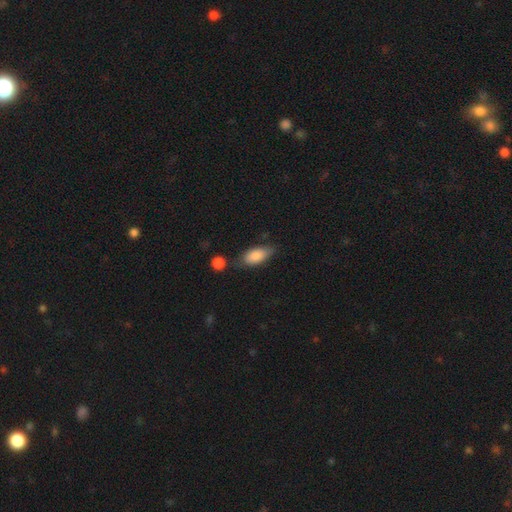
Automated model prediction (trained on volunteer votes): This appears to be a smooth galaxy with no disk features (85%) that is in between round and cigar-shaped (88%). Merging: none (64%).